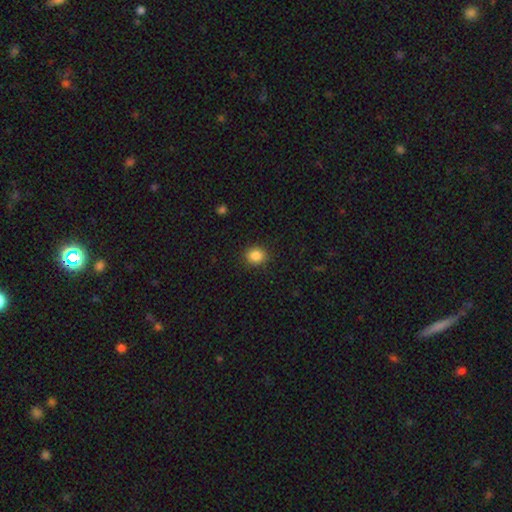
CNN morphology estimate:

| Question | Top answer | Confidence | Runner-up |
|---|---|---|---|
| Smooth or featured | smooth | 86% | star or artifact (10%) |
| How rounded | round | 75% | in between (24%) |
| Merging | none | 89% | minor disturbance (7%) |